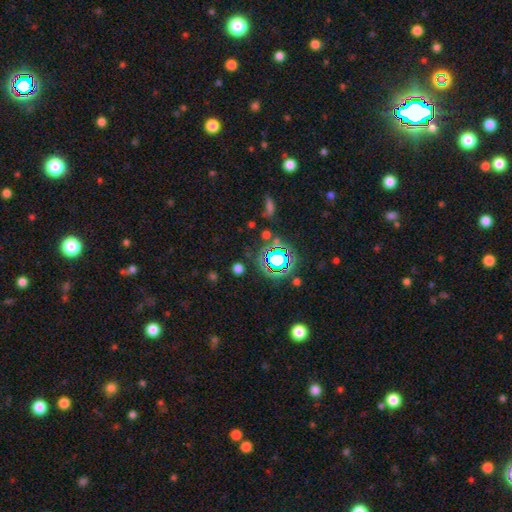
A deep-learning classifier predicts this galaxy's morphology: A star or artifact, not a galaxy (78%).